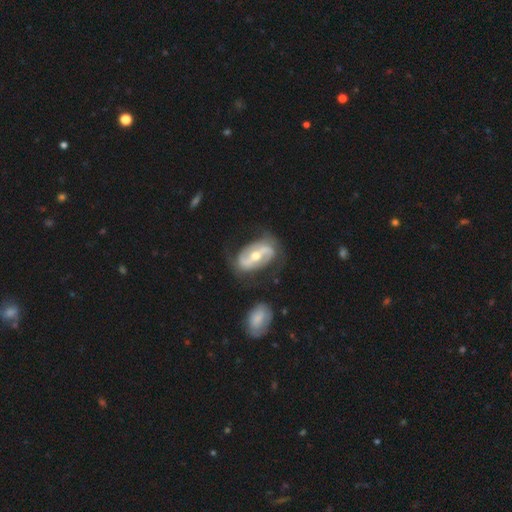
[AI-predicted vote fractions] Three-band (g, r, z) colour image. It shows a featured or disk galaxy (82%) with a strong bar (58%), 2 (87%) loose (41%) spiral arms (85%) and a moderate central bulge (63%). Merging: none (70%).